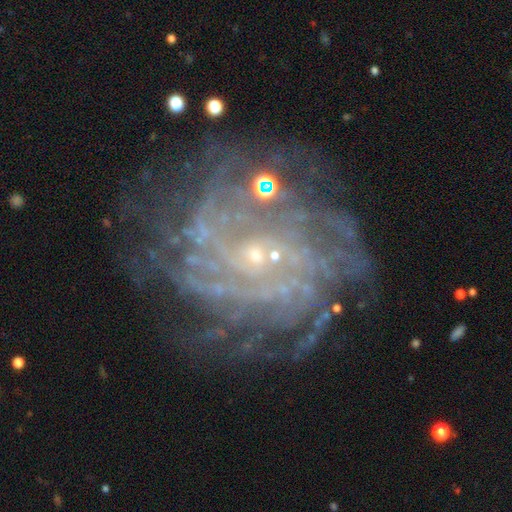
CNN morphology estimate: type=featured or disk (85%); edge-on=no (98%); bar=no (64%); spiral arms=yes (93%); winding=tight (71%); arm count=more than 4 (32%); bulge=small (85%); merging=none (67%).